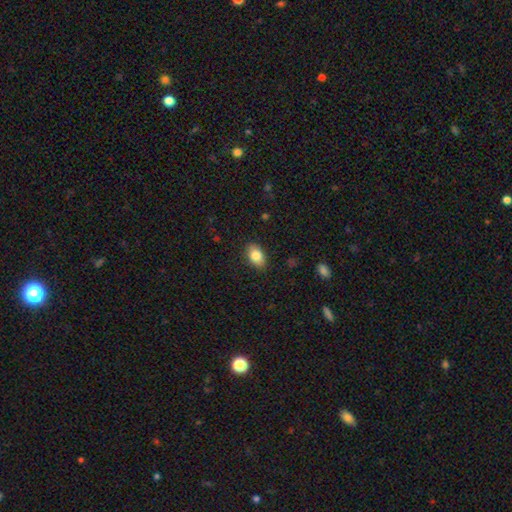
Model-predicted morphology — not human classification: Smooth or featured: smooth — 83% (featured or disk — 9%)
How rounded: in between — 89% (round — 10%)
Merging: none — 87% (minor disturbance — 9%)